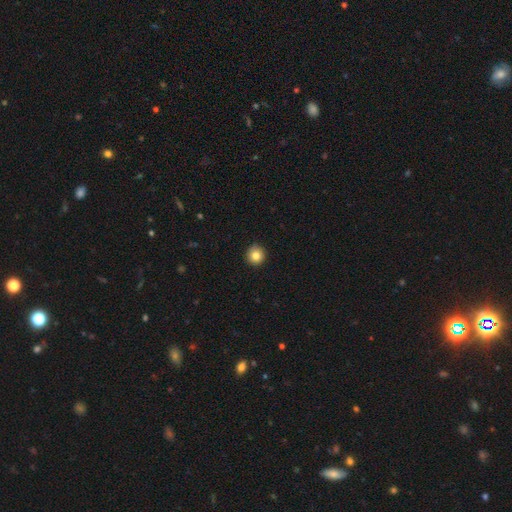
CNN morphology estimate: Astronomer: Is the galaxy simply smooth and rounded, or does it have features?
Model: smooth — 82%.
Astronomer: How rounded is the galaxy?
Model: round — 95%.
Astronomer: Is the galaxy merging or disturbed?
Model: none — 90%.